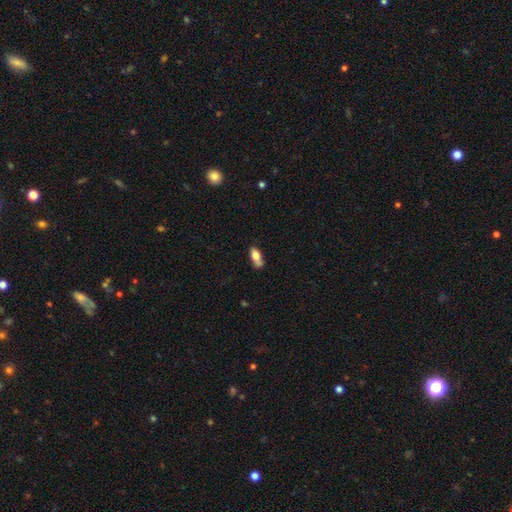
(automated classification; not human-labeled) This is likely a smooth galaxy (72%). How rounded: clearly in between (82%). Merging: marginally none (45%).